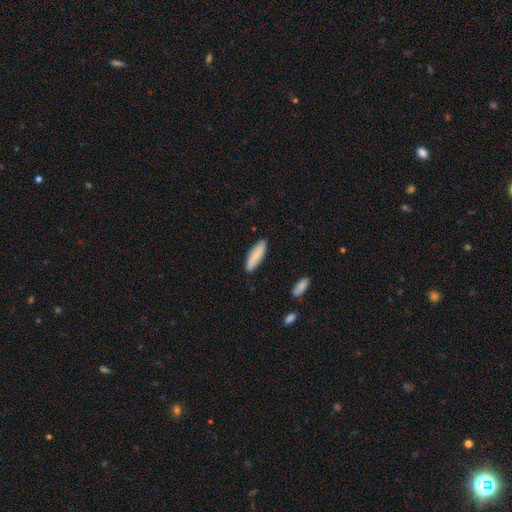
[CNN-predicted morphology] A smooth galaxy with no disk features (77%) that is cigar-shaped (50%). Merging: none (85%).